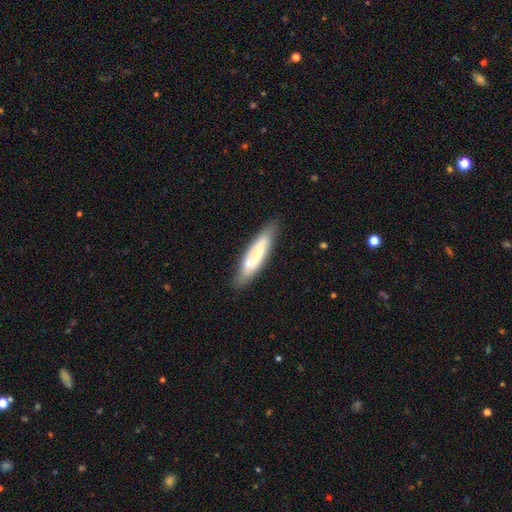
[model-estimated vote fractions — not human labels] smooth-or-featured: smooth: 62% | featured or disk: 32% | star or artifact: 6%
  how-rounded: cigar-shaped: 77% | in between: 21% | round: 1%
  merging: none: 78% | minor disturbance: 16% | major disturbance: 3% | merger: 2%